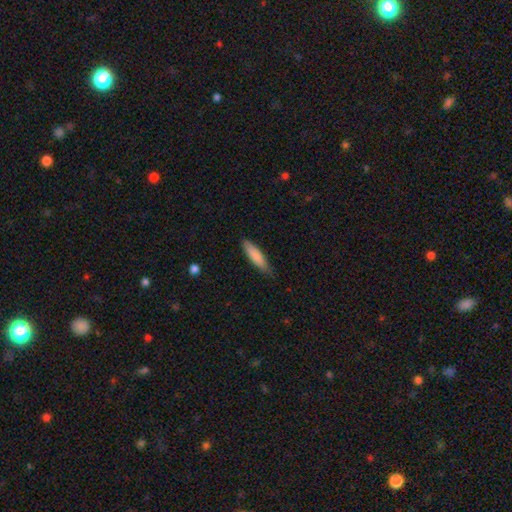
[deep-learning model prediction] Smooth or featured? smooth (84%)
How rounded? cigar-shaped (69%)
Merging? none (76%)